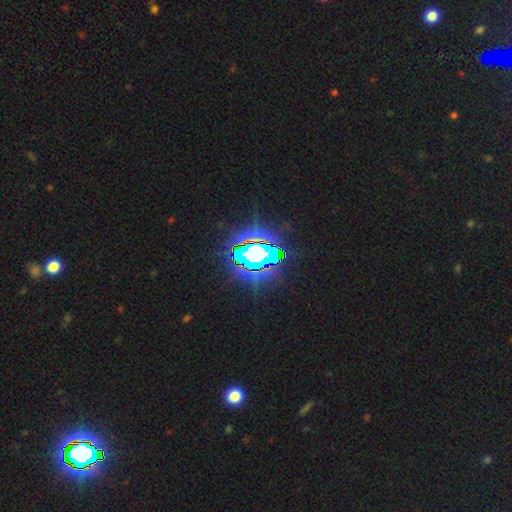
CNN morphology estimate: The model was most divided on "smooth or featured": star or artifact: 83%, smooth: 9%, featured or disk: 8%.